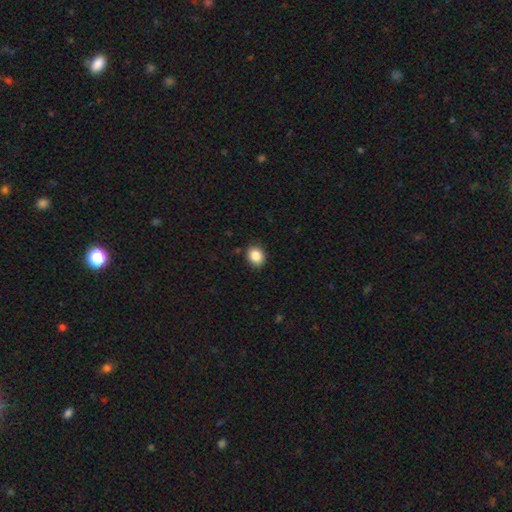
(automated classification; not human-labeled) Smooth or featured? smooth (87%)
How rounded? round (59%)
Merging? none (88%)